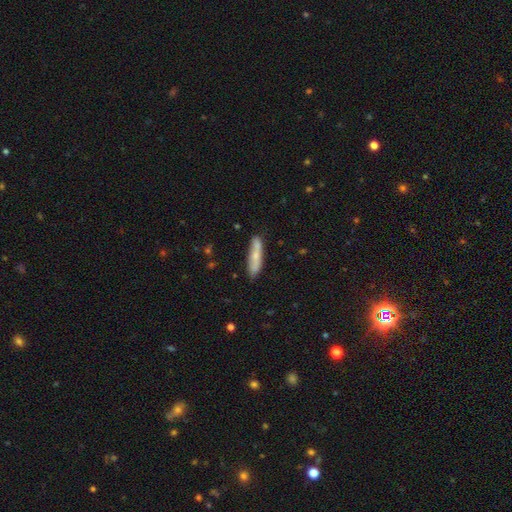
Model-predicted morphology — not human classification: Q: Smooth or featured?
A: smooth (63%); runner-up: featured or disk (30%)
Q: How rounded?
A: cigar-shaped (78%); runner-up: in between (20%)
Q: Merging?
A: none (75%); runner-up: minor disturbance (17%)